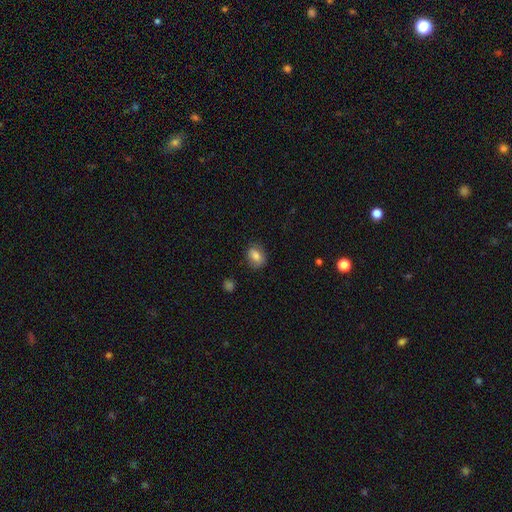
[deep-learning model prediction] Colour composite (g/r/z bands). It shows a smooth galaxy with no disk features (80%) that is in between round and cigar-shaped (73%). Merging: none (78%).